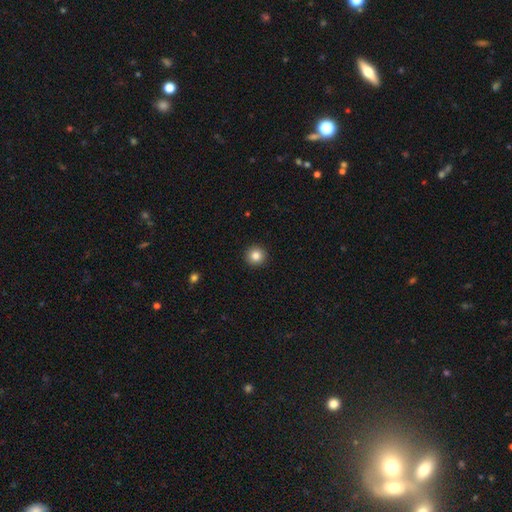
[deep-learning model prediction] Q: Smooth or featured?
A: smooth (84%); runner-up: star or artifact (10%)
Q: How rounded?
A: round (95%); runner-up: in between (4%)
Q: Merging?
A: none (93%); runner-up: minor disturbance (4%)